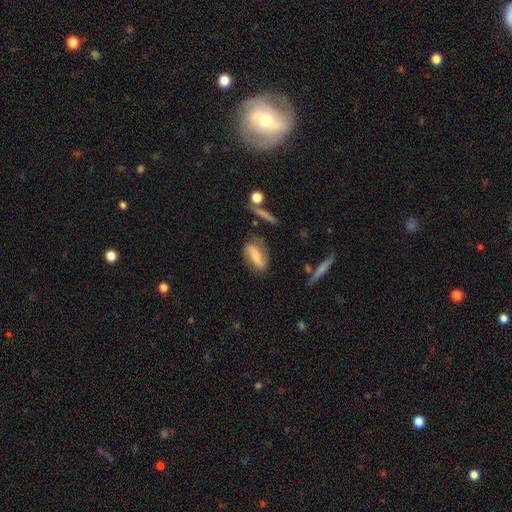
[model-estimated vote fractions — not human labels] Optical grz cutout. It shows a featured or disk galaxy (49%). Merging: none (69%).